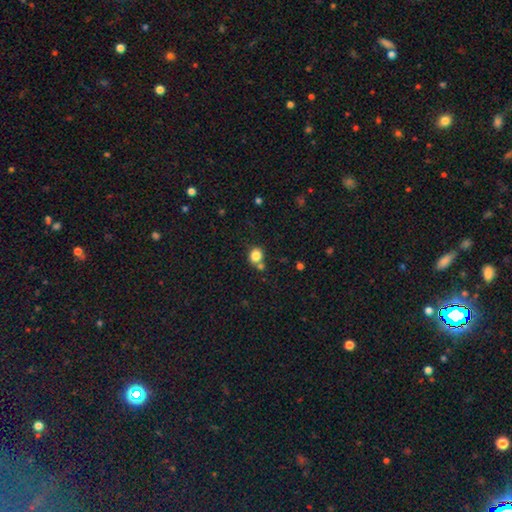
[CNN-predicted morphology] smooth_or_featured: smooth (p=0.83) [alt: star or artifact p=0.11]
how_rounded: round (p=0.76) [alt: in between p=0.23]
merging: none (p=0.62) [alt: merger p=0.23]